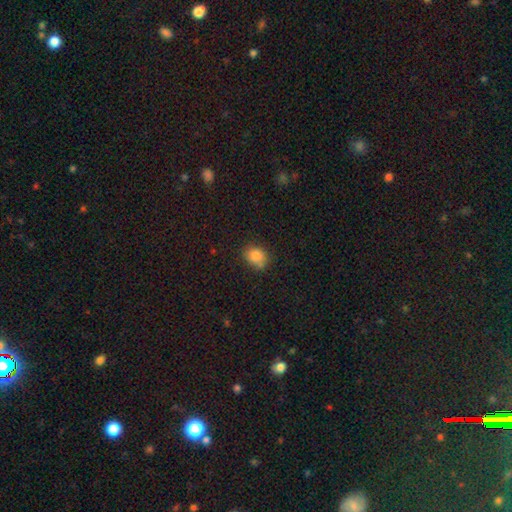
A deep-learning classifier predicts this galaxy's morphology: Q: Smooth or featured?
A: smooth (85%); runner-up: star or artifact (10%)
Q: How rounded?
A: round (50%); runner-up: in between (49%)
Q: Merging?
A: none (63%); runner-up: minor disturbance (21%)